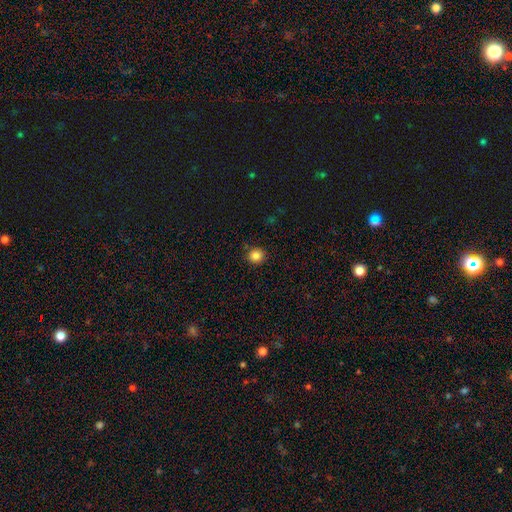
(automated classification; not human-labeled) Smooth or featured? smooth (84%)
How rounded? round (89%)
Merging? none (89%)